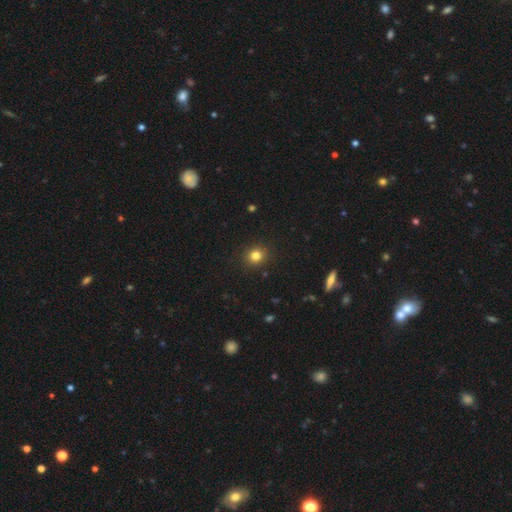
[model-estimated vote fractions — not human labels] Q: Smooth or featured?
A: smooth (83%); runner-up: star or artifact (12%)
Q: How rounded?
A: round (87%); runner-up: in between (13%)
Q: Merging?
A: none (91%); runner-up: minor disturbance (6%)